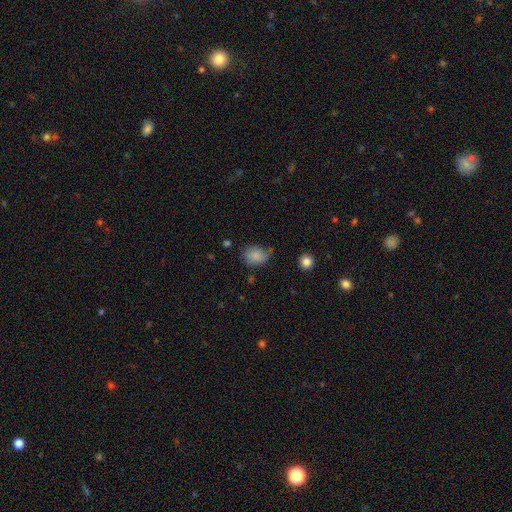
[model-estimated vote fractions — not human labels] Overall: smooth (84%). How rounded: in between (55%; round 44%). Merging: none (65%).